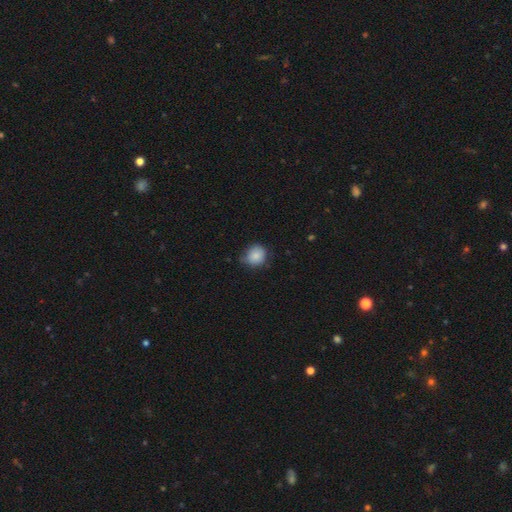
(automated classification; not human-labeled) Overall: smooth (84%). How rounded: round (82%). Merging: none (66%; minor disturbance 28%).